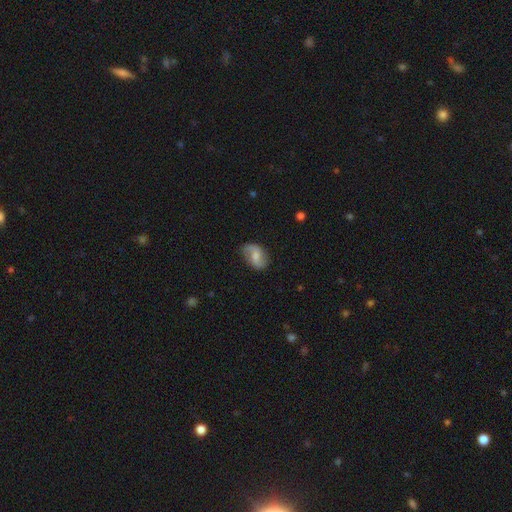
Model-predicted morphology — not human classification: smooth-or-featured: featured or disk: 56% | smooth: 37% | star or artifact: 7%
  disk-edge-on: no: 96% | yes: 4%
    bar: weak: 48% | no: 37% | strong: 14%
    has-spiral-arms: yes: 88% | no: 12%
    bulge-size: moderate: 48% | small: 35% | none: 10% | large: 5% | dominant: 1%
  merging: none: 76% | minor disturbance: 18% | major disturbance: 5% | merger: 1%